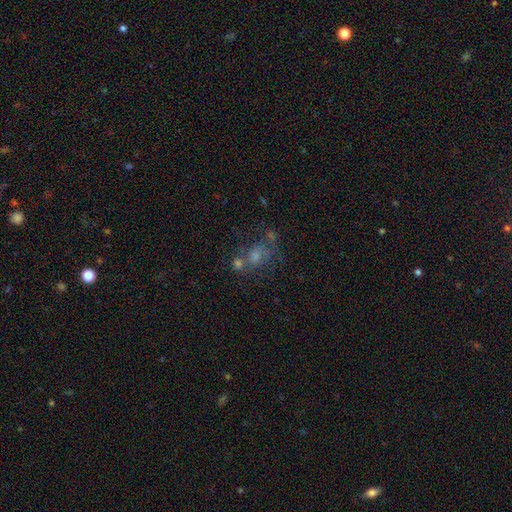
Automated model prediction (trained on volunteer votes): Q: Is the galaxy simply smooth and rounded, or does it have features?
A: smooth — 37%.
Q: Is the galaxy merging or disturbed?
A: none — 41%.